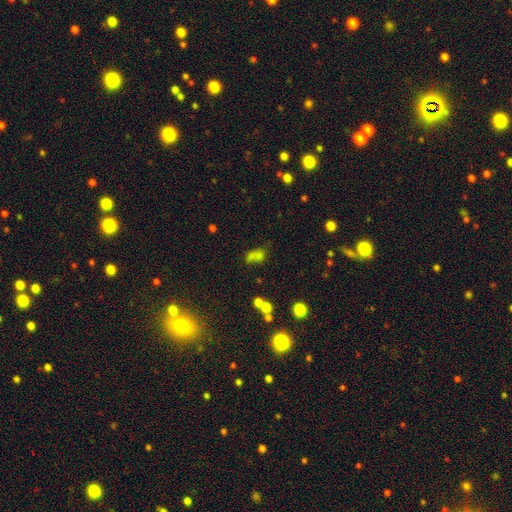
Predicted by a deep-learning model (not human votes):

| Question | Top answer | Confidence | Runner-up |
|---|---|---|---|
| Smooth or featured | smooth | 63% | star or artifact (21%) |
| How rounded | in between | 75% | round (20%) |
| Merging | none | 37% | merger (24%) |